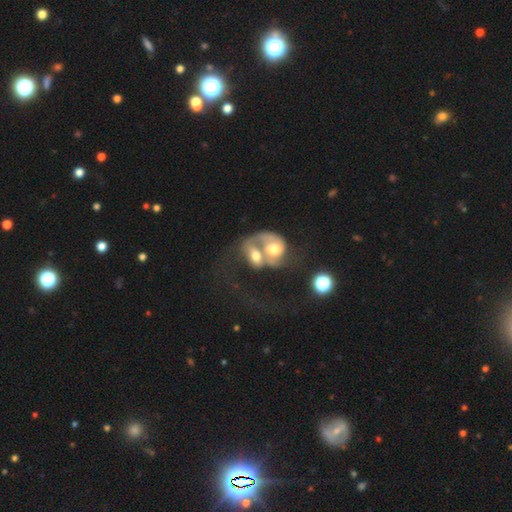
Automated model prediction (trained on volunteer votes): Smooth or featured? featured or disk (62%)
Edge-on disk? no (97%)
Bar? no (71%)
Spiral arms? yes (66%)
Bulge size? moderate (65%)
Merging? merger (82%)